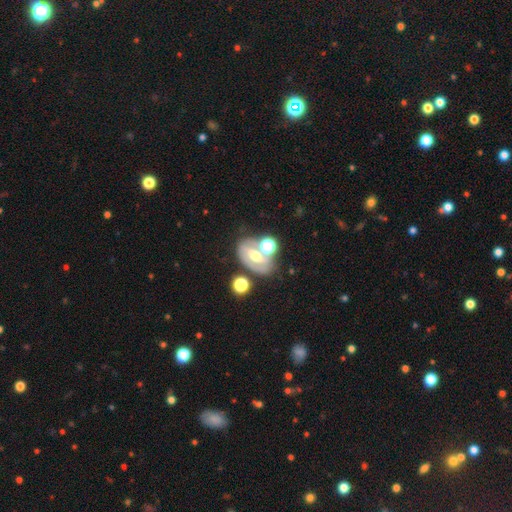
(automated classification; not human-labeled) smooth-or-featured: featured or disk: 58% | smooth: 29% | star or artifact: 13%
  disk-edge-on: no: 93% | yes: 7%
    bar: no: 39% | weak: 32% | strong: 29%
    has-spiral-arms: no: 57% | yes: 43%
    bulge-size: moderate: 65% | small: 19% | large: 11% | none: 3% | dominant: 2%
  merging: none: 52% | merger: 20% | minor disturbance: 18% | major disturbance: 11%